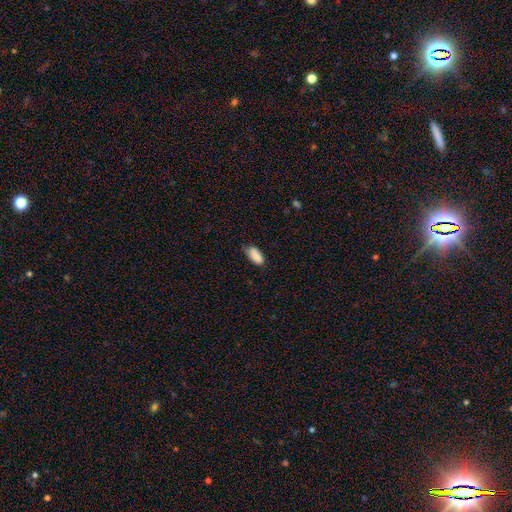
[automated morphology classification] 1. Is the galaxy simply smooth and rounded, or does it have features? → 88% smooth, 7% star or artifact, 5% featured or disk.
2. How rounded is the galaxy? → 88% in between, 9% cigar-shaped, 3% round.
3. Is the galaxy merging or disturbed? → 67% none, 27% minor disturbance, 5% major disturbance, 2% merger.